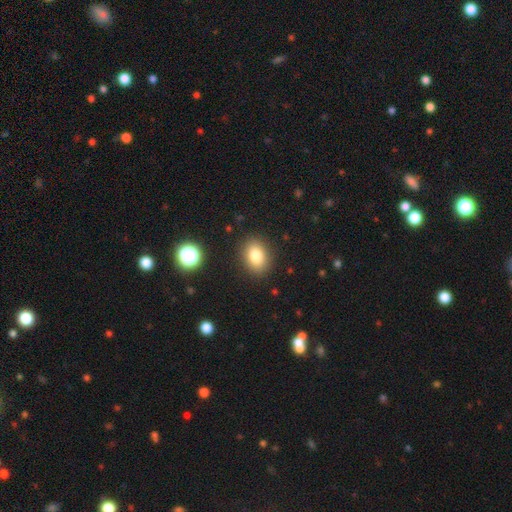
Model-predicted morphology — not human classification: A smooth galaxy with no disk features (81%) that is in between round and cigar-shaped (68%).

Vote fractions:
- Smooth or featured? smooth: 81% / star or artifact: 11% / featured or disk: 8%
- How rounded? in between: 68% / round: 31% / cigar-shaped: 1%
- Merging? none: 88% / minor disturbance: 8% / major disturbance: 3% / merger: 1%